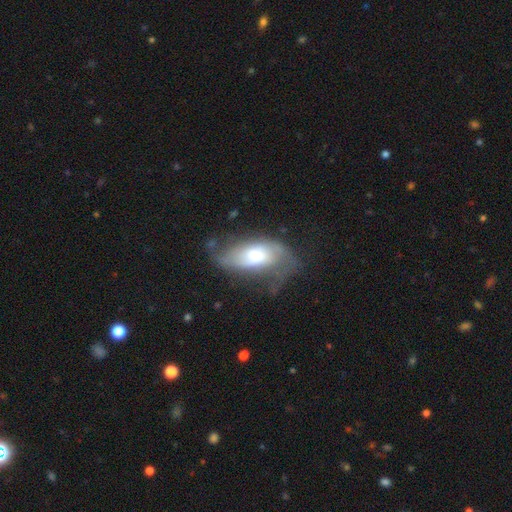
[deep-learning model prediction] Smooth or featured: featured or disk — 56% (smooth — 37%)
Edge-on disk: no — 89% (yes — 11%)
Merging: none — 40% (minor disturbance — 30%)